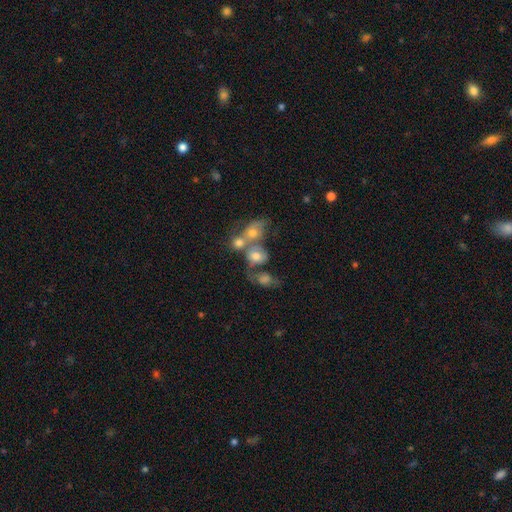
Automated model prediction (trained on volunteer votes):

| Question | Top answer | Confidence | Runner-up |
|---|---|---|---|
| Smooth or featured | smooth | 50% | featured or disk (32%) |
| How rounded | round | 52% | in between (46%) |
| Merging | merger | 56% | none (23%) |